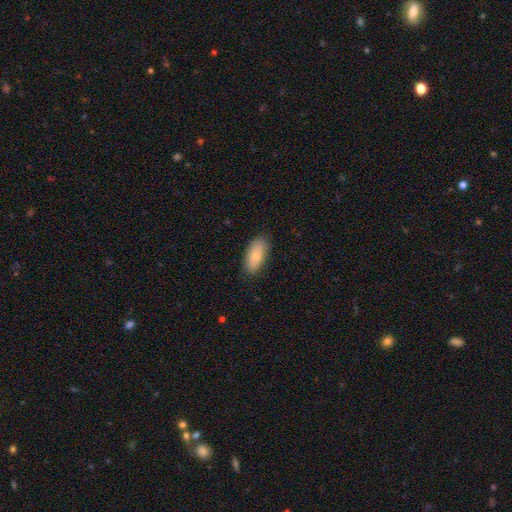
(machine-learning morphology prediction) Smooth or featured: smooth — 80% (featured or disk — 14%)
How rounded: in between — 86% (cigar-shaped — 11%)
Merging: none — 81% (minor disturbance — 15%)